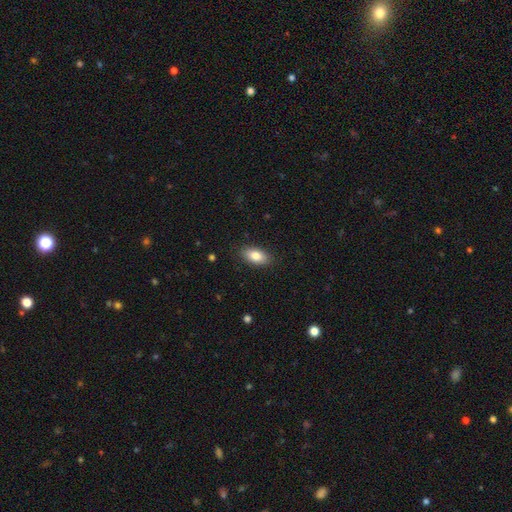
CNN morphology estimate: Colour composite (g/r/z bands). It shows a smooth galaxy with no disk features (83%) that is in between round and cigar-shaped (92%). Merging: none (88%).